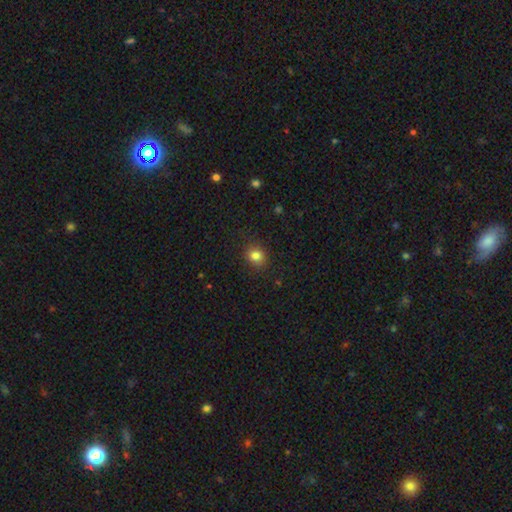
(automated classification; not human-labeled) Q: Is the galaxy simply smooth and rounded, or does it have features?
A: smooth — 83%.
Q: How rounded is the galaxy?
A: round — 74%.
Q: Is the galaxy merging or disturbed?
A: none — 87%.